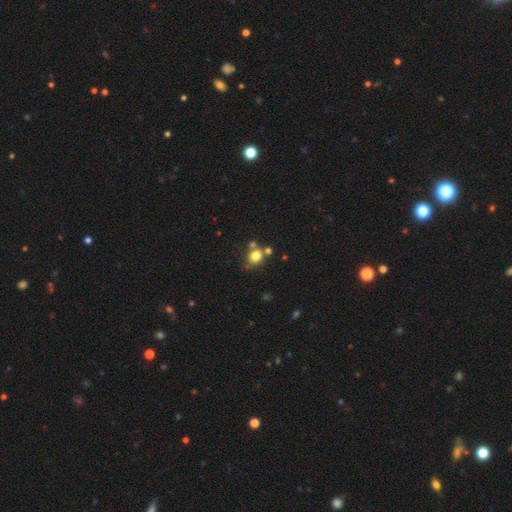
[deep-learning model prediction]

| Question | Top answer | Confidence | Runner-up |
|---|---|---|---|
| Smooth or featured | smooth | 78% | star or artifact (13%) |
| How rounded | round | 73% | in between (26%) |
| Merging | none | 59% | merger (23%) |